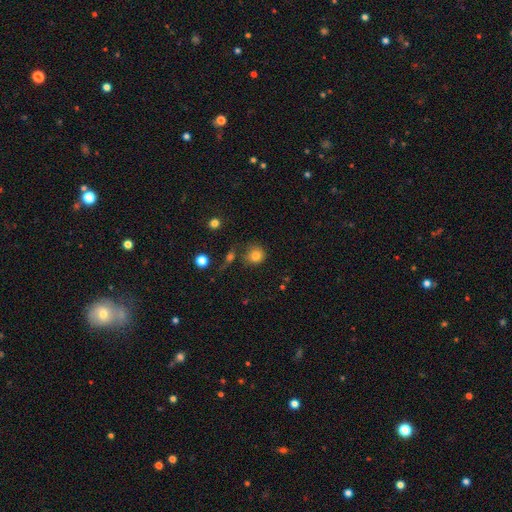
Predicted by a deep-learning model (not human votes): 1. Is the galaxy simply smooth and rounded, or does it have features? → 81% smooth, 11% star or artifact, 8% featured or disk.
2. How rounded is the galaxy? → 86% round, 13% in between, 1% cigar-shaped.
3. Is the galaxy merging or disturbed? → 62% none, 17% minor disturbance, 12% merger, 9% major disturbance.